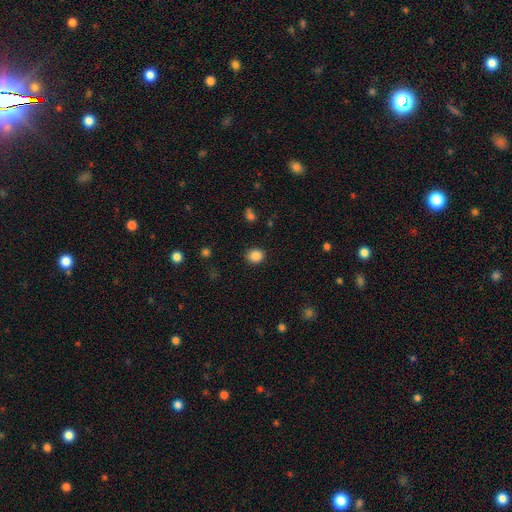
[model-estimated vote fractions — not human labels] smooth 86%, star or artifact 10%, featured or disk 3%. Down the decision tree: how rounded — round (76%); merging — none (88%).